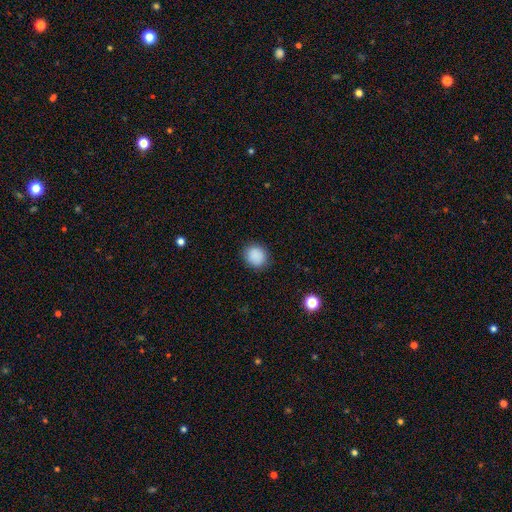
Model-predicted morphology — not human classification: Smooth or featured? smooth (89%)
How rounded? round (83%)
Merging? none (89%)